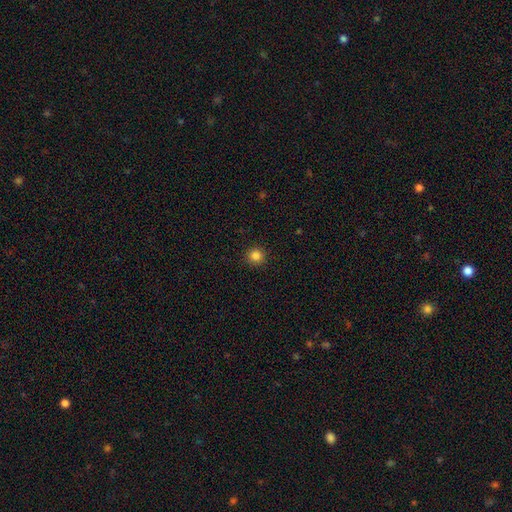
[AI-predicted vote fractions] A smooth galaxy with no disk features (84%) that is round (94%). Merging: none (92%).